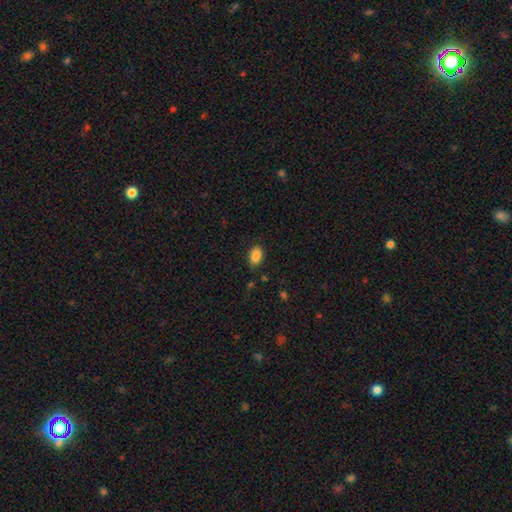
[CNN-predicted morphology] Smooth or featured: smooth — 88% (star or artifact — 9%)
How rounded: in between — 90% (round — 9%)
Merging: none — 82% (minor disturbance — 13%)